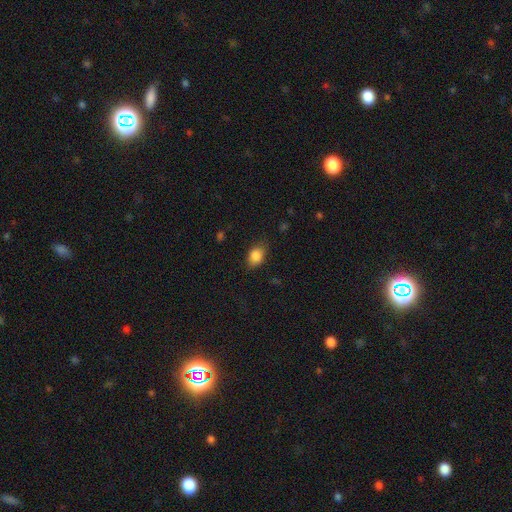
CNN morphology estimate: The model was most divided on "how rounded": in between: 77%, round: 21%, cigar-shaped: 2%. More confident: smooth or featured — smooth (86%); merging — none (78%).